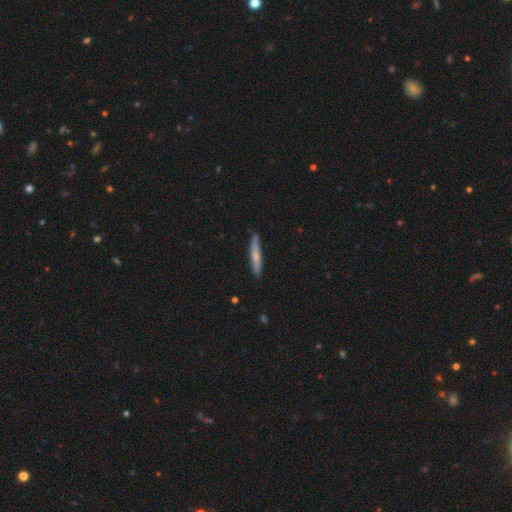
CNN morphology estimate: Smooth or featured? Predicted: smooth (p=0.63). How rounded? Predicted: cigar-shaped (p=0.93). Merging? Predicted: none (p=0.83).